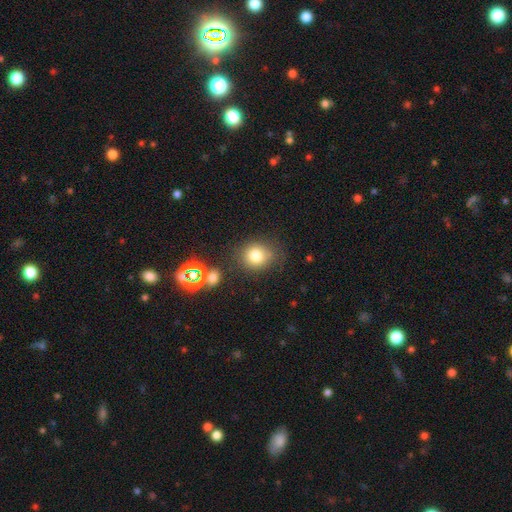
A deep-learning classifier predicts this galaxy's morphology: Smooth or featured: smooth — 78% (star or artifact — 14%)
How rounded: round — 75% (in between — 24%)
Merging: none — 74% (minor disturbance — 15%)